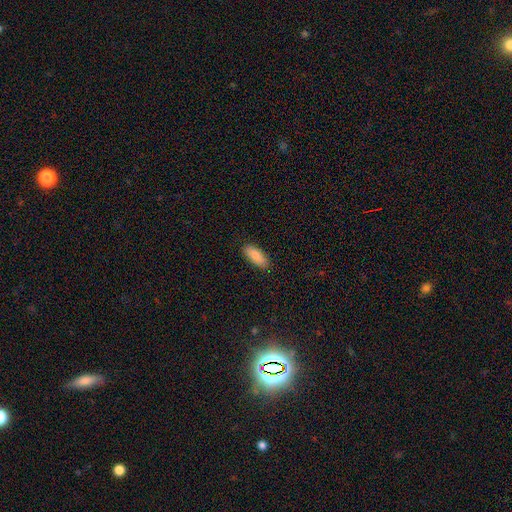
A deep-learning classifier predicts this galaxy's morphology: A smooth galaxy with no disk features (89%) that is in between round and cigar-shaped (79%).

Vote fractions:
- Smooth or featured? smooth: 89% / star or artifact: 6% / featured or disk: 5%
- How rounded? in between: 79% / cigar-shaped: 20% / round: 2%
- Merging? none: 89% / minor disturbance: 8% / major disturbance: 2% / merger: 1%